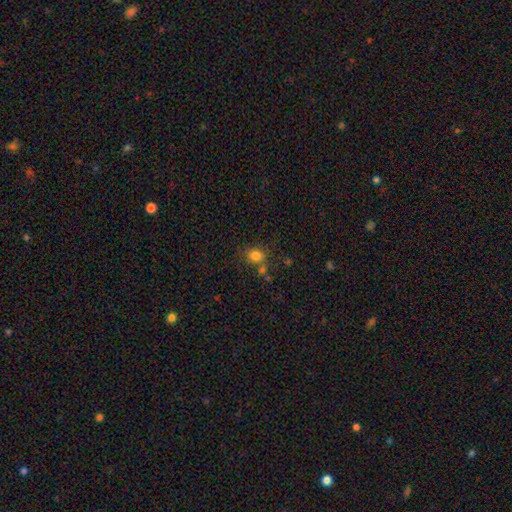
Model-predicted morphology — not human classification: Smooth or featured: smooth — 81% (star or artifact — 13%)
How rounded: round — 67% (in between — 32%)
Merging: none — 68% (merger — 14%)